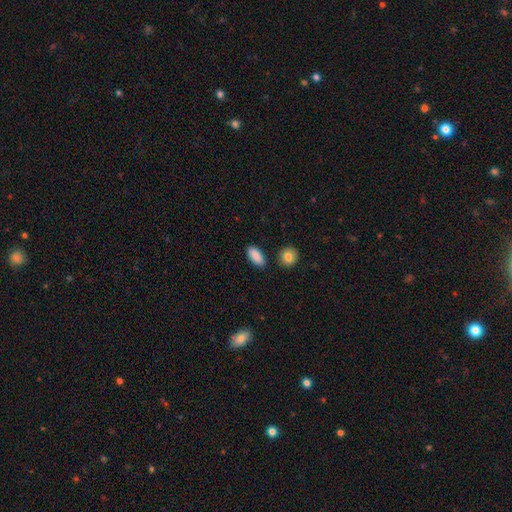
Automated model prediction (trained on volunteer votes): This appears to be a smooth galaxy with no disk features (89%) that is in between round and cigar-shaped (89%). Merging: none (84%).